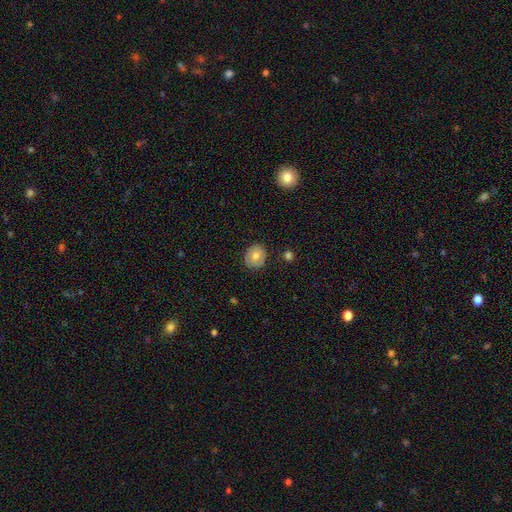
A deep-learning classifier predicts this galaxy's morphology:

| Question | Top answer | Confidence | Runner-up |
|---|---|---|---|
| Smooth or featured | smooth | 68% | featured or disk (24%) |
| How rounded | round | 71% | in between (28%) |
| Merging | none | 85% | minor disturbance (11%) |